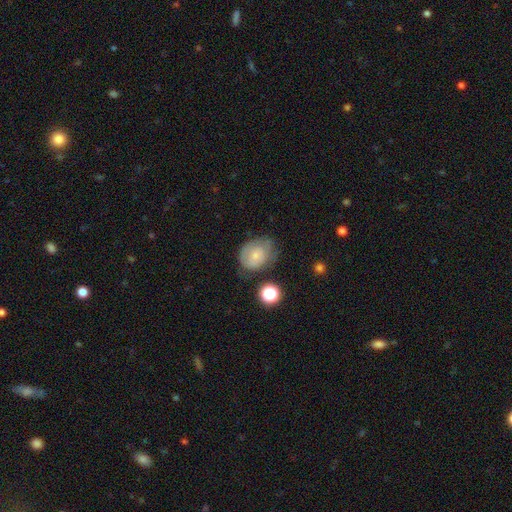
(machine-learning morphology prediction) Overall: smooth (57%; featured or disk 33%). How rounded: round (51%; in between 48%). Merging: none (49%; minor disturbance 31%).